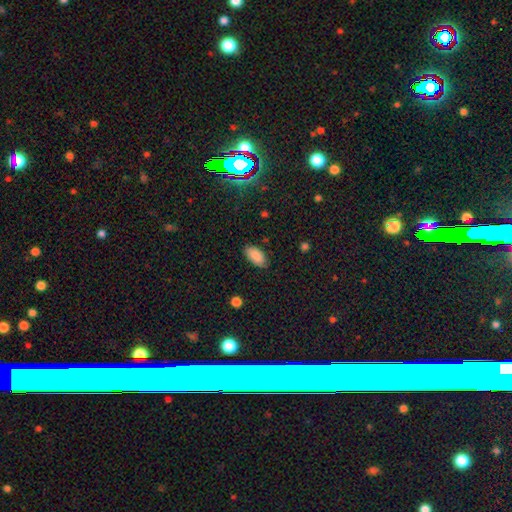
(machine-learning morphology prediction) Smooth or featured?
  - smooth: 88% *
  - star or artifact: 7%
  - featured or disk: 5%
How rounded?
  - in between: 94% *
  - cigar-shaped: 4%
  - round: 2%
Merging?
  - none: 83% *
  - minor disturbance: 13%
  - major disturbance: 3%
  - merger: 1%